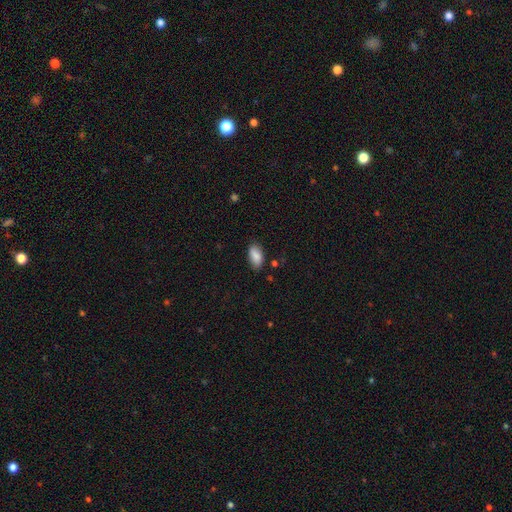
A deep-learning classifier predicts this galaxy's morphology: Overall: smooth (86%). How rounded: in between (93%). Merging: none (80%).